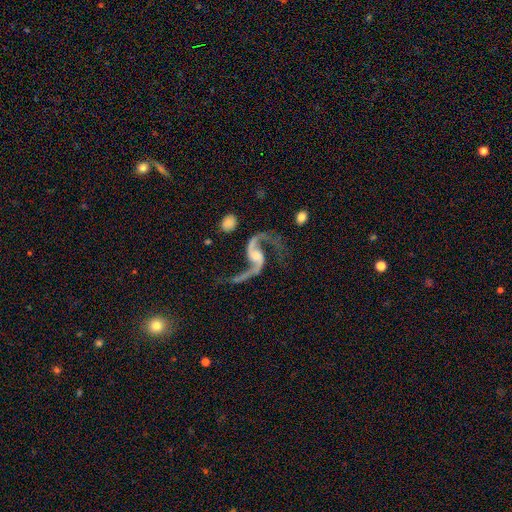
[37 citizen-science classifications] Smooth or featured?
  - featured or disk: 92% *
  - star or artifact: 5%
  - smooth: 3%
Edge-on disk?
  - no: 100% *
  - yes: 0%
Bar?
  - no: 59% *
  - weak: 26%
  - strong: 15%
Spiral arms?
  - yes: 100% *
  - no: 0%
Spiral winding?
  - loose: 85% *
  - medium: 12%
  - tight: 3%
Spiral arm count?
  - 2: 97% *
  - 1: 3%
  - 3: 0%
  - 4: 0%
  - more than 4: 0%
  - can't tell: 0%
Bulge size?
  - small: 47% *
  - moderate: 44%
  - large: 6%
  - none: 3%
  - dominant: 0%
Merging?
  - major disturbance: 40% *
  - none: 31%
  - minor disturbance: 29%
  - merger: 0%